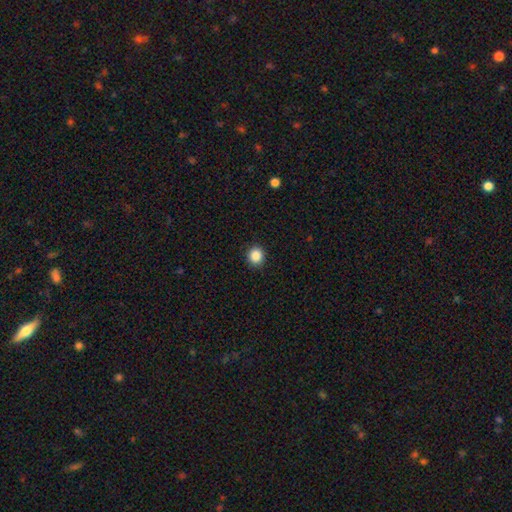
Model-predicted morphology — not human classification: This appears to be a smooth galaxy with no disk features (87%) that is round (88%). Merging: none (92%).